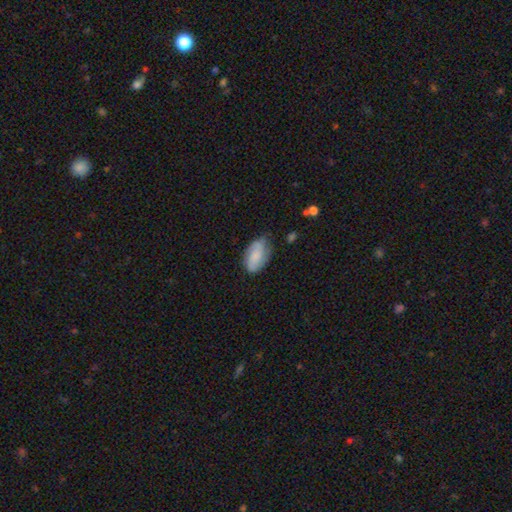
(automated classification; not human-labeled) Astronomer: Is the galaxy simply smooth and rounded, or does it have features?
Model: smooth — 66%.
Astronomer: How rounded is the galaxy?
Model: in between — 92%.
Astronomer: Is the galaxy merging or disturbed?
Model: none — 62%.